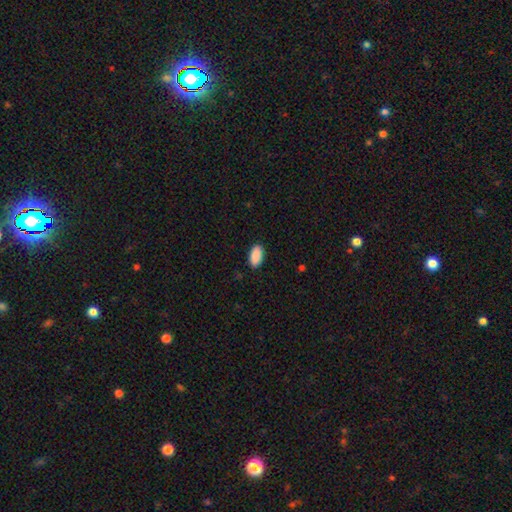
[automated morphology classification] The model was most divided on "merging": none: 89%, minor disturbance: 8%, major disturbance: 2%, merger: 1%. More confident: how rounded — in between (95%); smooth or featured — smooth (91%).